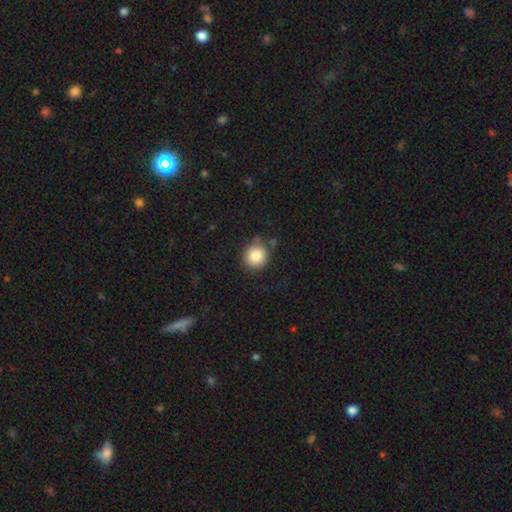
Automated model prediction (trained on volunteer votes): Smooth or featured? Predicted: smooth (p=0.85). How rounded? Predicted: round (p=0.91). Merging? Predicted: none (p=0.77).